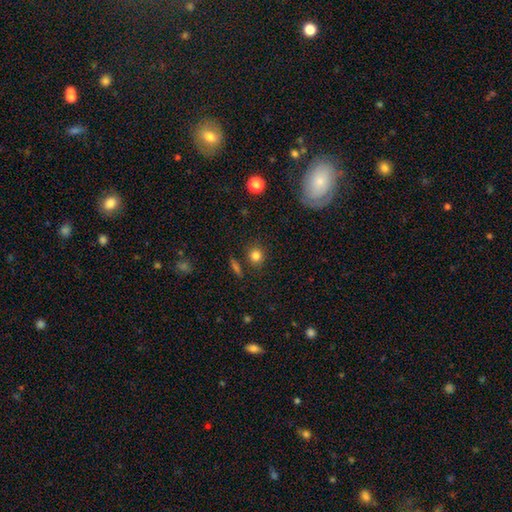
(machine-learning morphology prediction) This is clearly a smooth galaxy (82%). How rounded: clearly round (84%). Merging: clearly none (84%).